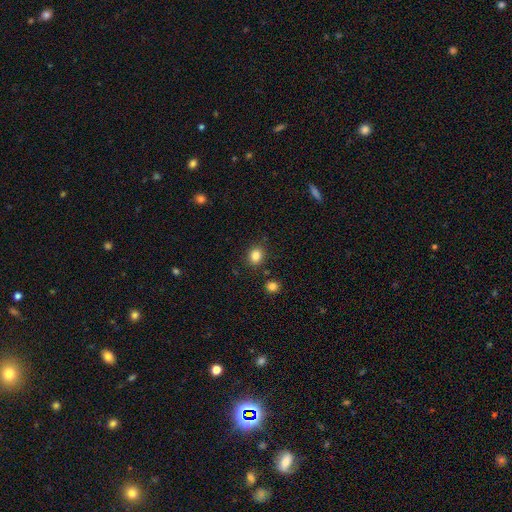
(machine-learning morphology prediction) Smooth or featured: smooth — 84% (star or artifact — 11%)
How rounded: round — 70% (in between — 29%)
Merging: none — 84% (minor disturbance — 9%)